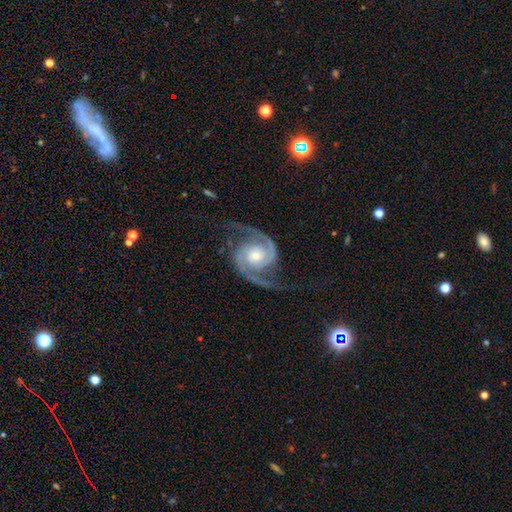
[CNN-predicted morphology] type=featured or disk (94%); edge-on=no (98%); bar=no (69%); spiral arms=yes (99%); winding=medium (56%); arm count=2 (94%); bulge=moderate (54%); merging=none (78%).